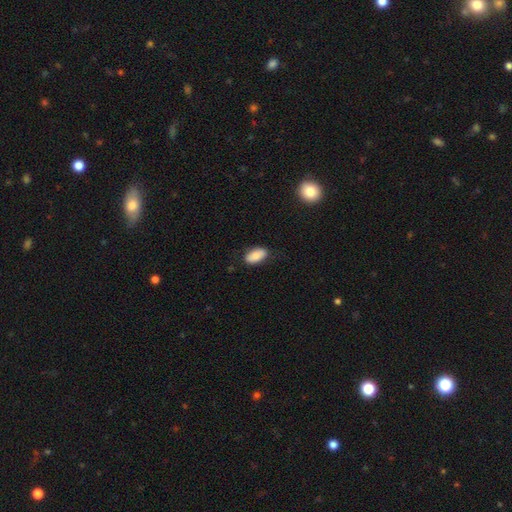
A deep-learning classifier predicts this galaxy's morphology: This is clearly a smooth galaxy (84%). How rounded: clearly in between (93%). Merging: likely none (79%).